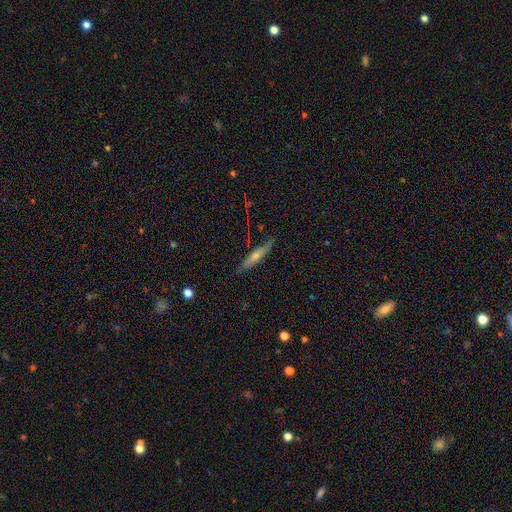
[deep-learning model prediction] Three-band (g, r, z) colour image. It shows a featured or disk galaxy (54%) viewed edge-on (89%). Merging: none (84%).